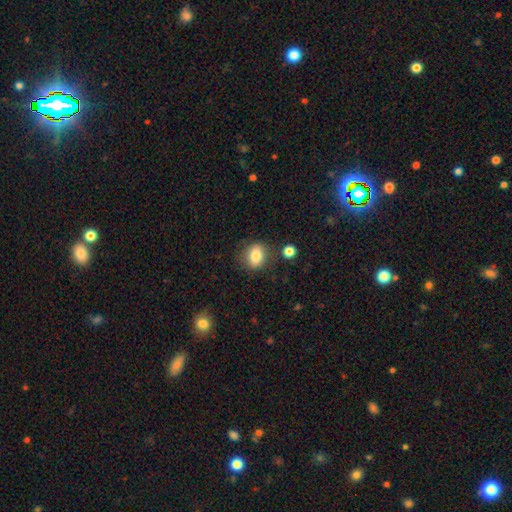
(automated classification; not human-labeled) smooth_or_featured: smooth (p=0.81) [alt: featured or disk p=0.10]
how_rounded: in between (p=0.51) [alt: round p=0.48]
merging: none (p=0.79) [alt: minor disturbance p=0.13]